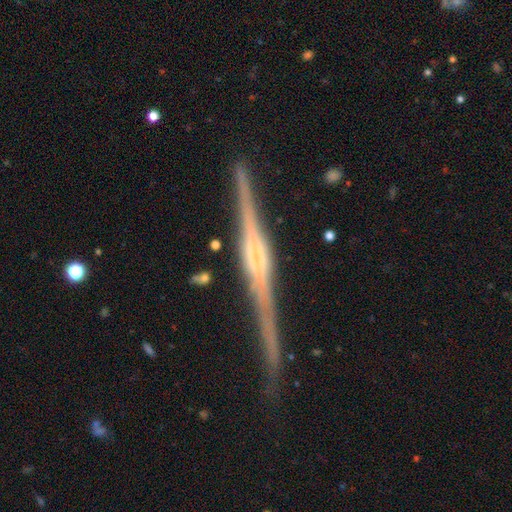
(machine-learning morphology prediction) Smooth or featured?
  - featured or disk: 87% *
  - smooth: 7%
  - star or artifact: 5%
Edge-on disk?
  - yes: 98% *
  - no: 2%
Edge-on bulge?
  - boxy: 55% *
  - rounded: 36%
  - none: 9%
Merging?
  - none: 84% *
  - minor disturbance: 11%
  - major disturbance: 3%
  - merger: 2%